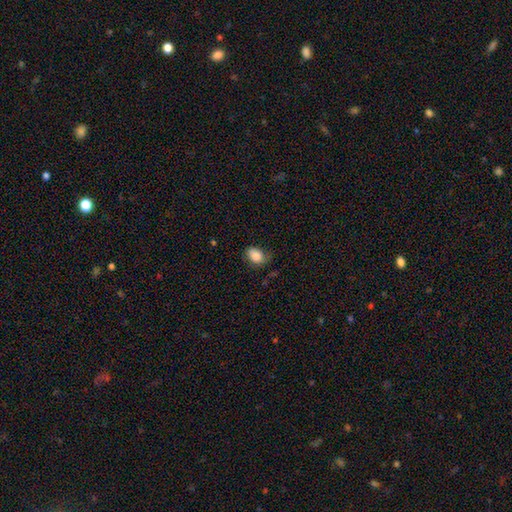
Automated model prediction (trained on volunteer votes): smooth-or-featured: smooth: 83% | featured or disk: 9% | star or artifact: 8%
  how-rounded: in between: 73% | round: 26% | cigar-shaped: 1%
  merging: none: 52% | minor disturbance: 32% | major disturbance: 14% | merger: 2%